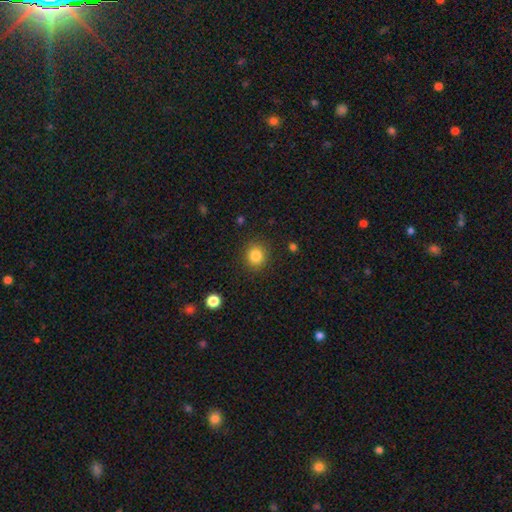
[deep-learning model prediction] Smooth or featured: smooth — 84% (star or artifact — 11%)
How rounded: round — 87% (in between — 12%)
Merging: none — 88% (minor disturbance — 8%)